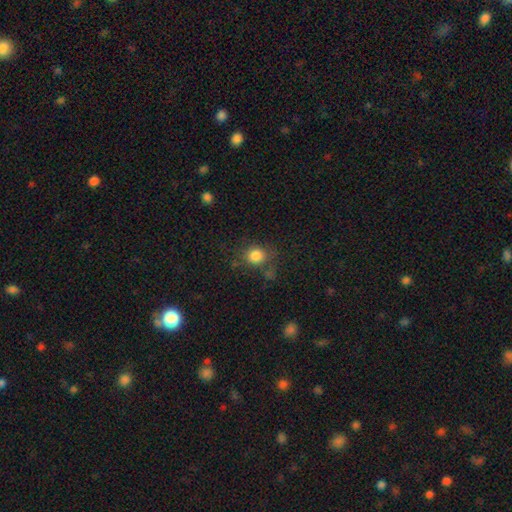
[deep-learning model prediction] Smooth or featured? Predicted: smooth (p=0.83). How rounded? Predicted: round (p=0.82). Merging? Predicted: none (p=0.69).